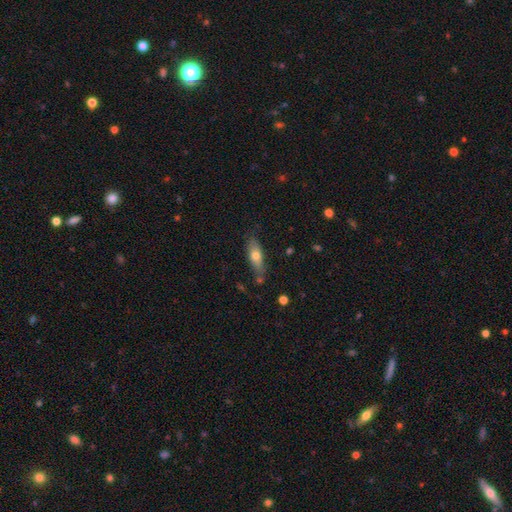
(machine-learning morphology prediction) Smooth or featured? Predicted: smooth (p=0.64). How rounded? Predicted: in between (p=0.57). Merging? Predicted: none (p=0.70).